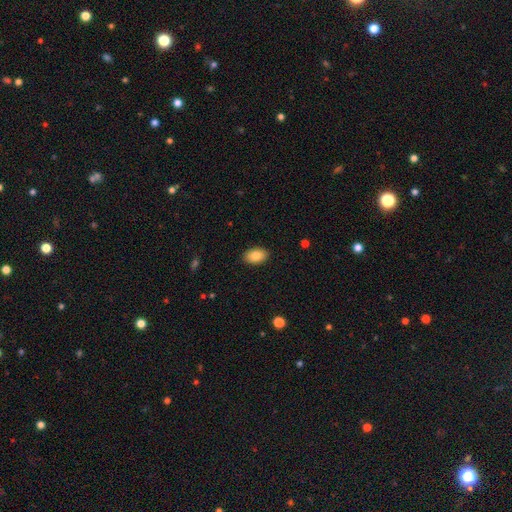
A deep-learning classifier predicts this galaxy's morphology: Overall: smooth (84%). How rounded: in between (92%). Merging: none (89%).